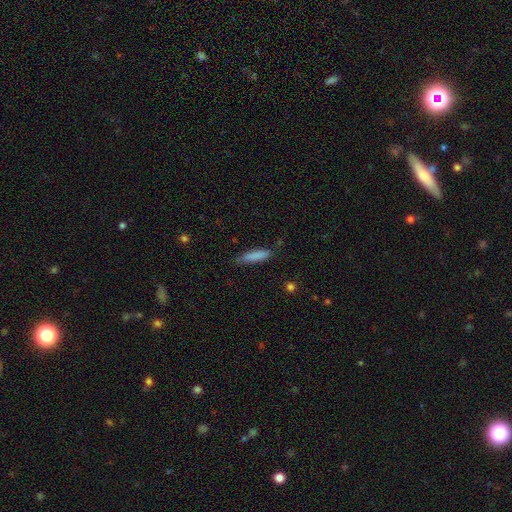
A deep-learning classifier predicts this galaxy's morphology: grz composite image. It shows a smooth galaxy with no disk features (83%) that is cigar-shaped (79%). Merging: none (79%).